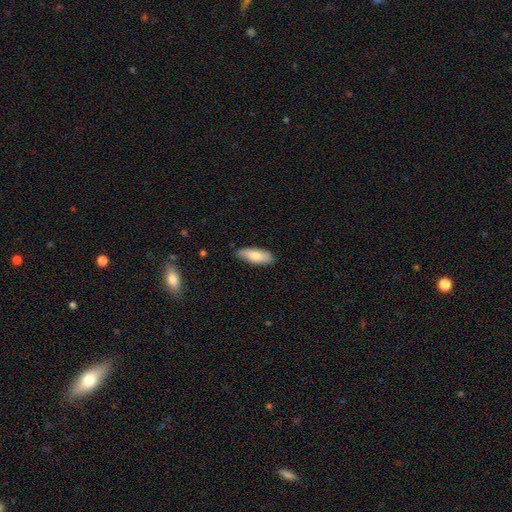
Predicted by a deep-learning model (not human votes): Morphology: type=smooth (81%); roundness=in between (69%); merging=none (82%).